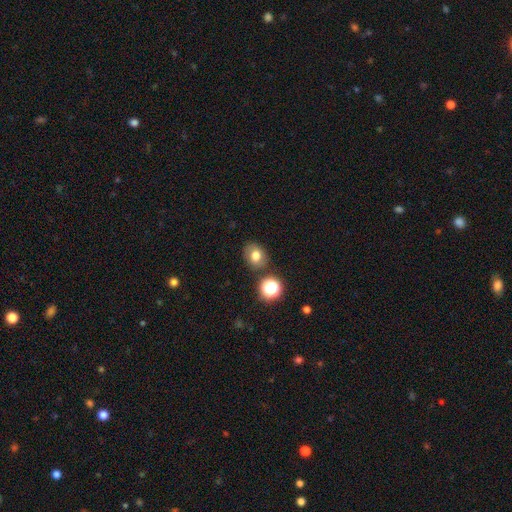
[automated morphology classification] This is likely a smooth galaxy (74%). How rounded: possibly round (55%). Merging: likely none (79%).